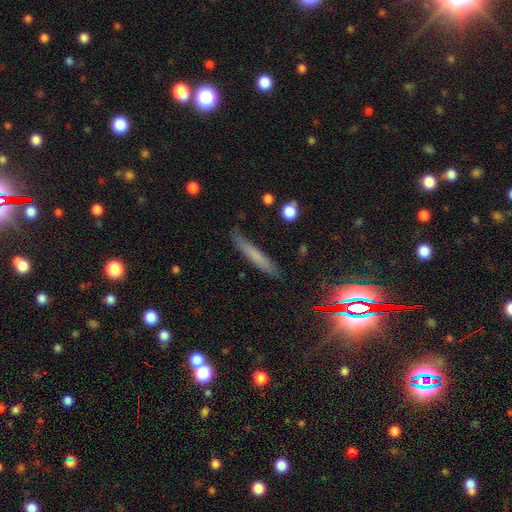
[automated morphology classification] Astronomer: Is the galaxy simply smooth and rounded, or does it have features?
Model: smooth — 62%.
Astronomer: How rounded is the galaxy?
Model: cigar-shaped — 92%.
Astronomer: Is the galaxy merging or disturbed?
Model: none — 82%.